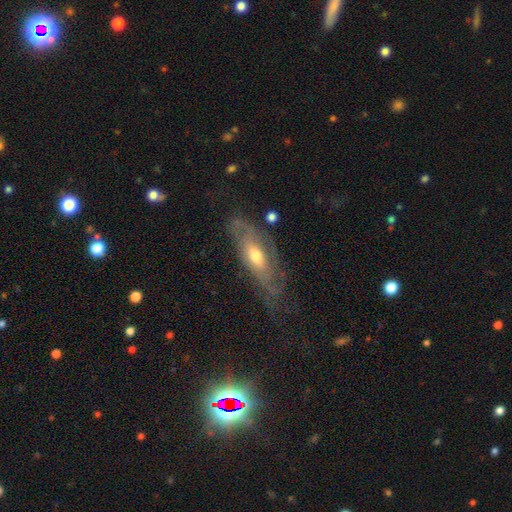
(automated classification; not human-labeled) Morphology: type=featured or disk (72%); edge-on=no (79%); bar=no (65%); spiral arms=yes (78%); bulge=moderate (67%); merging=none (56%).